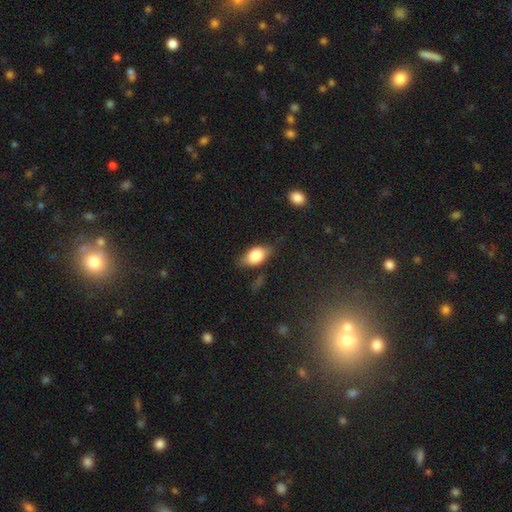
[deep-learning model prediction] smooth-or-featured: smooth: 72% | featured or disk: 20% | star or artifact: 8%
  how-rounded: in between: 84% | round: 10% | cigar-shaped: 6%
  merging: none: 64% | minor disturbance: 26% | major disturbance: 8% | merger: 3%